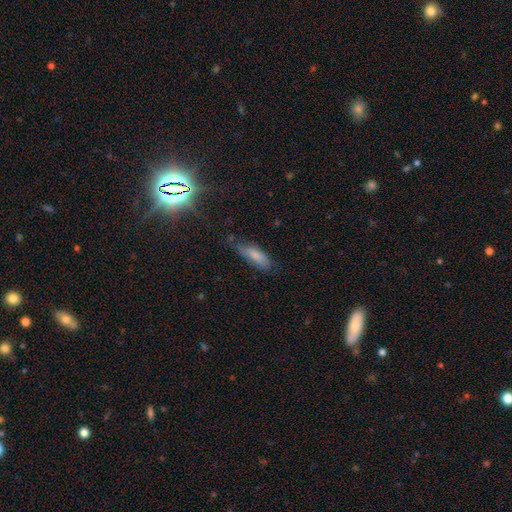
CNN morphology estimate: type=smooth (74%); roundness=in between (55%); merging=none (58%).